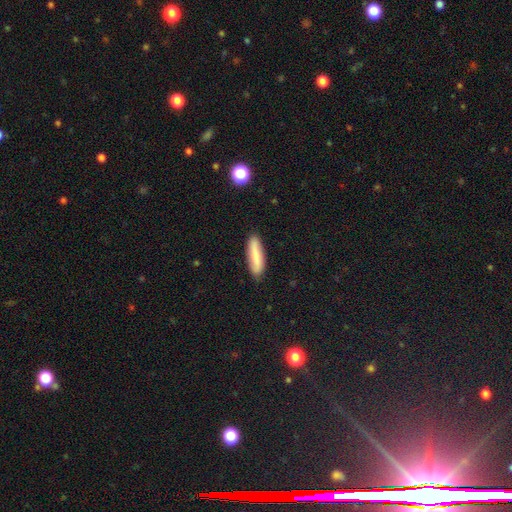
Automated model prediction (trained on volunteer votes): Smooth or featured?
  - smooth: 78% *
  - featured or disk: 16%
  - star or artifact: 6%
How rounded?
  - cigar-shaped: 70% *
  - in between: 28%
  - round: 2%
Merging?
  - none: 86% *
  - minor disturbance: 11%
  - major disturbance: 2%
  - merger: 1%